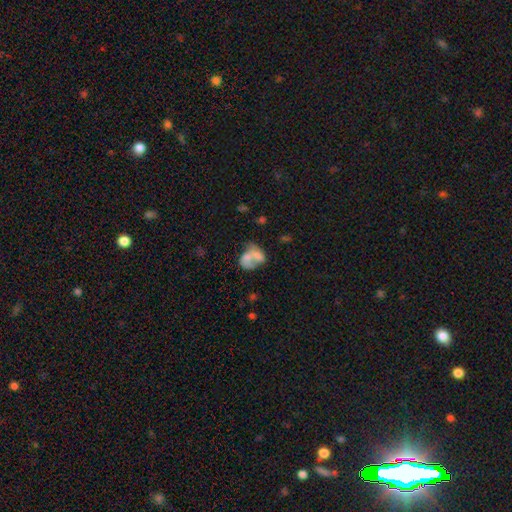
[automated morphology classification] This appears to be a smooth galaxy with no disk features (60%) that is in between round and cigar-shaped (68%). Merging: merger (63%).